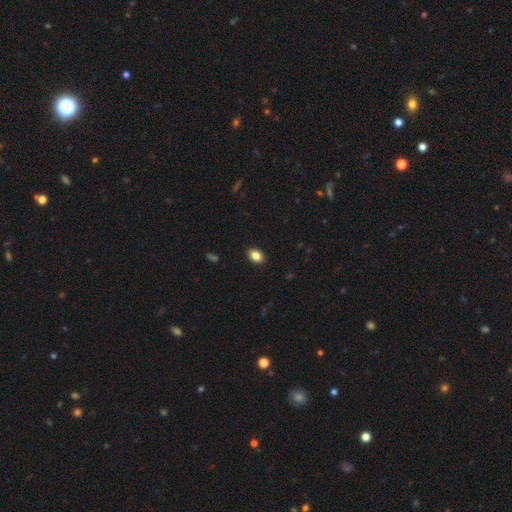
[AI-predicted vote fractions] A smooth galaxy with no disk features (85%) that is in between round and cigar-shaped (76%). Merging: none (90%).